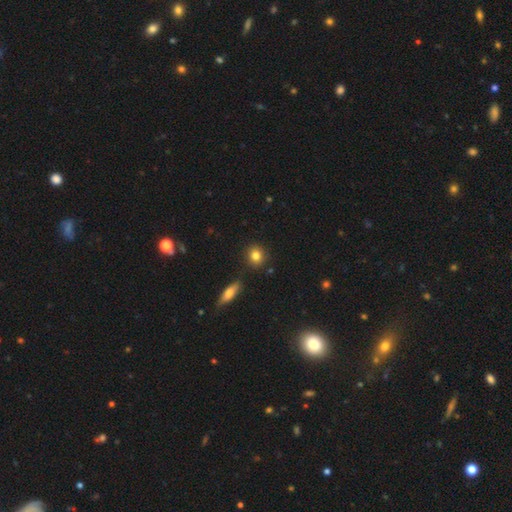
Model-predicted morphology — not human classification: A smooth galaxy with no disk features (83%) that is round (81%). Merging: none (87%).